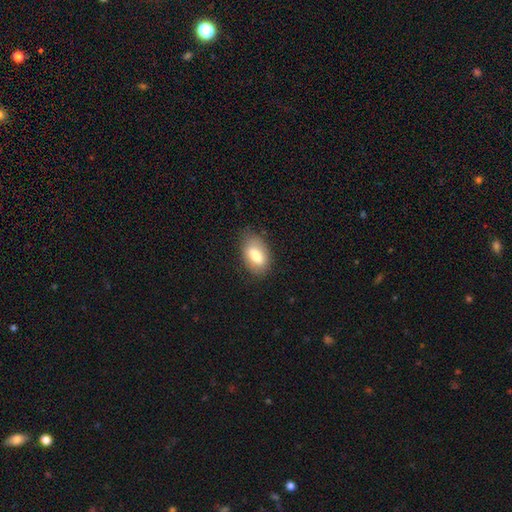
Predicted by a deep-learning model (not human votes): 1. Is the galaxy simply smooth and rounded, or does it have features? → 77% smooth, 16% featured or disk, 7% star or artifact.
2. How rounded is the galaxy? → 91% in between, 7% round, 2% cigar-shaped.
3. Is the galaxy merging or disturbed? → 76% none, 18% minor disturbance, 5% major disturbance, 1% merger.